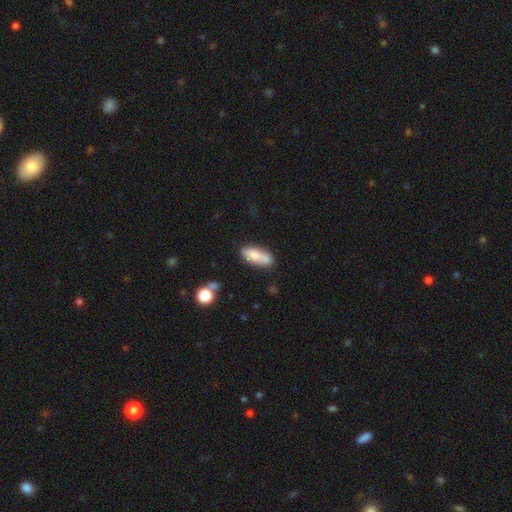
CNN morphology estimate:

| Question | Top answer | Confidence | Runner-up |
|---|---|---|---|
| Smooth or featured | smooth | 77% | featured or disk (16%) |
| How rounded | in between | 67% | cigar-shaped (30%) |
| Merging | none | 63% | minor disturbance (20%) |